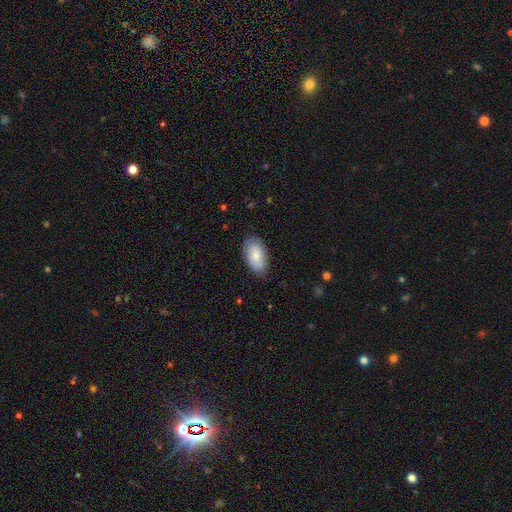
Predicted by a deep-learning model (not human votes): This appears to be a smooth galaxy with no disk features (71%) that is in between round and cigar-shaped (94%). Merging: none (77%).